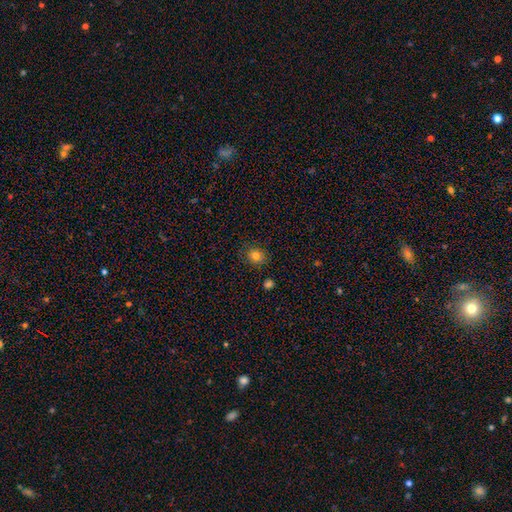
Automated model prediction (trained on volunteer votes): Q: Smooth or featured?
A: smooth (80%); runner-up: star or artifact (13%)
Q: How rounded?
A: round (80%); runner-up: in between (19%)
Q: Merging?
A: none (86%); runner-up: minor disturbance (10%)